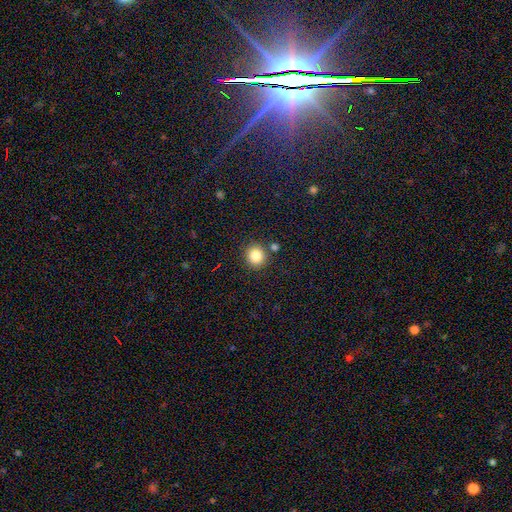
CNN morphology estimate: The model was most divided on "smooth or featured": smooth: 84%, star or artifact: 11%, featured or disk: 5%. More confident: how rounded — round (89%); merging — none (84%).